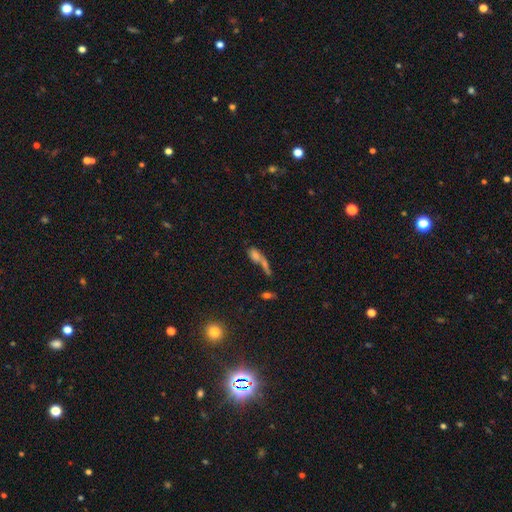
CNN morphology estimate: This is possibly a smooth galaxy (57%). How rounded: likely in between (61%). Merging: possibly merger (49%).